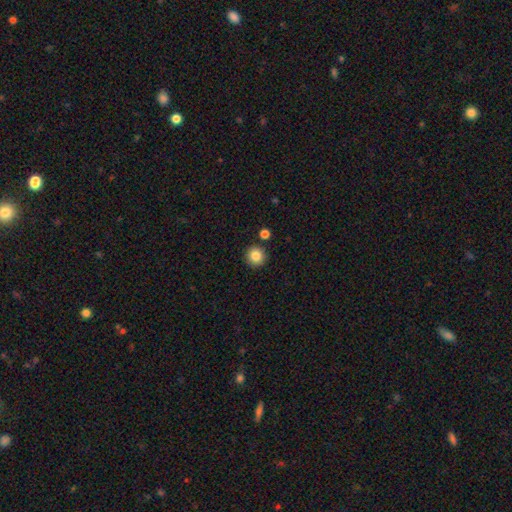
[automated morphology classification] Q: Smooth or featured?
A: smooth (85%); runner-up: star or artifact (10%)
Q: How rounded?
A: round (95%); runner-up: in between (4%)
Q: Merging?
A: none (89%); runner-up: minor disturbance (6%)